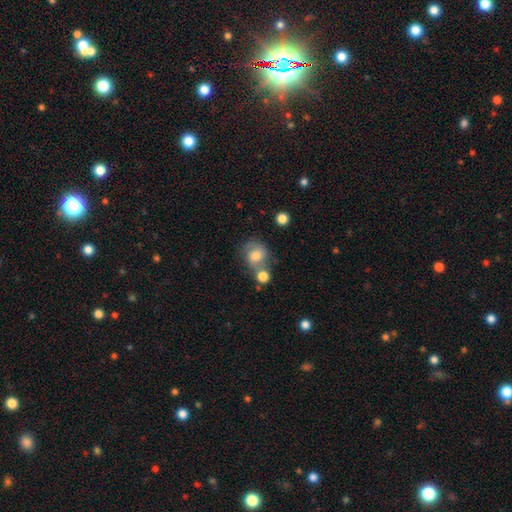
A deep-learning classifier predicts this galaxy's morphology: Q: Smooth or featured?
A: smooth (63%); runner-up: featured or disk (26%)
Q: How rounded?
A: round (71%); runner-up: in between (28%)
Q: Merging?
A: none (46%); runner-up: merger (28%)